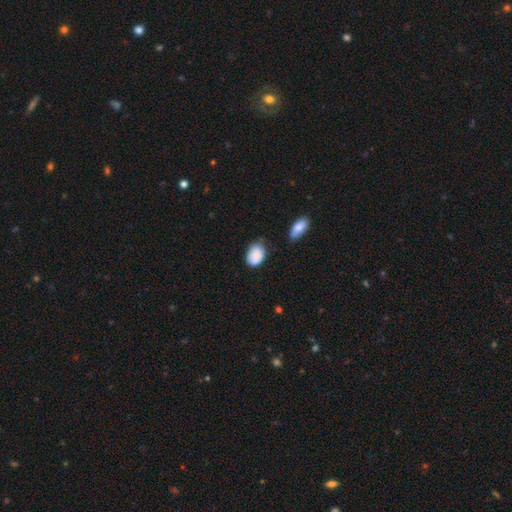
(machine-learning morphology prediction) A smooth galaxy with no disk features (84%) that is in between round and cigar-shaped (80%). Merging: none (56%).